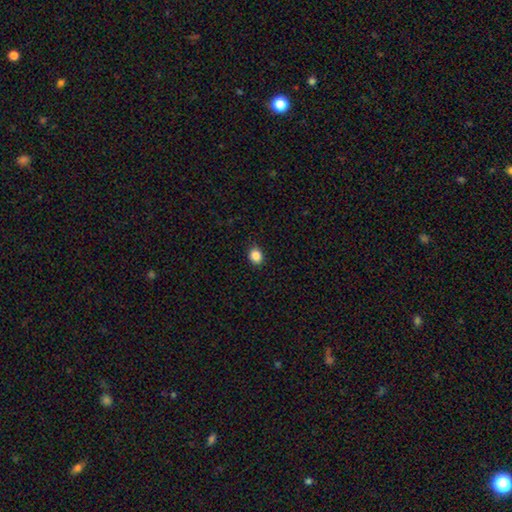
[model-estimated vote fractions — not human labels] Q: Smooth or featured?
A: smooth (86%); runner-up: star or artifact (10%)
Q: How rounded?
A: round (64%); runner-up: in between (35%)
Q: Merging?
A: none (90%); runner-up: minor disturbance (7%)